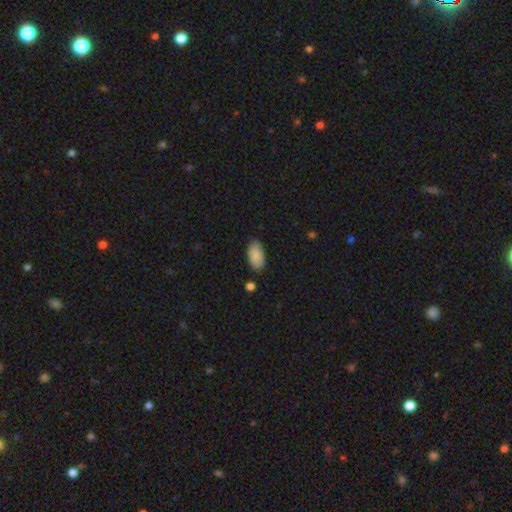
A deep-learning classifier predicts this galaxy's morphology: Smooth or featured? Predicted: smooth (p=0.88). How rounded? Predicted: in between (p=0.95). Merging? Predicted: none (p=0.82).